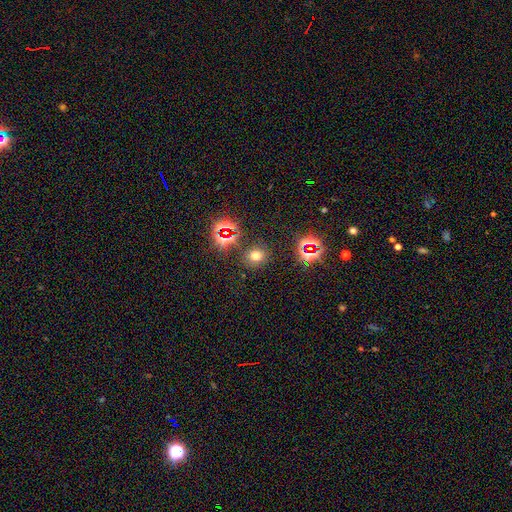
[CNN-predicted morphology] Smooth or featured? Predicted: smooth (p=0.61). How rounded? Predicted: round (p=0.76). Merging? Predicted: none (p=0.84).